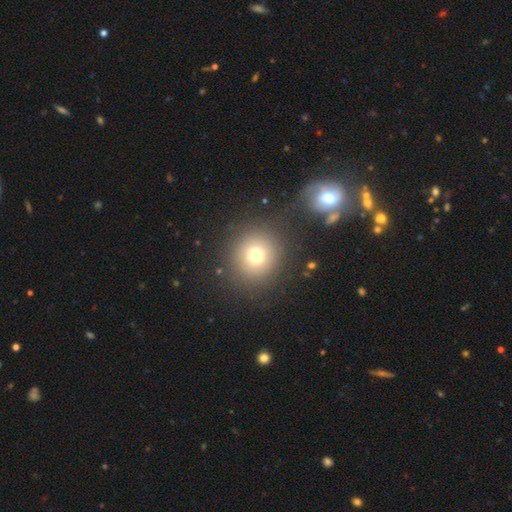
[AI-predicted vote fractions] A smooth galaxy with no disk features (72%) that is round (92%).

Vote fractions:
- Smooth or featured? smooth: 72% / star or artifact: 16% / featured or disk: 12%
- How rounded? round: 92% / in between: 7% / cigar-shaped: 1%
- Merging? none: 83% / minor disturbance: 8% / major disturbance: 5% / merger: 3%